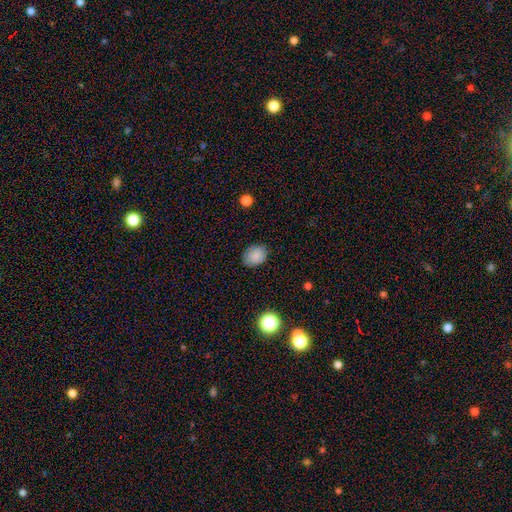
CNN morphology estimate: smooth 85%, star or artifact 10%, featured or disk 5%. Down the decision tree: how rounded — in between (58%); merging — none (82%).